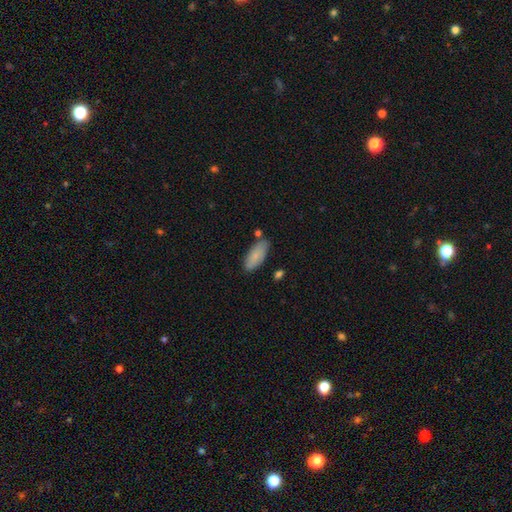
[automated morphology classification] Smooth or featured: smooth — 82% (featured or disk — 12%)
How rounded: in between — 83% (cigar-shaped — 15%)
Merging: none — 76% (minor disturbance — 16%)